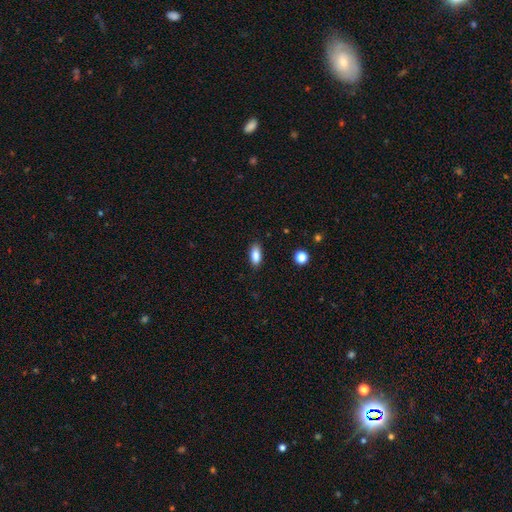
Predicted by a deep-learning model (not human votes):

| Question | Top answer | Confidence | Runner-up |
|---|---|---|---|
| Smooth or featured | smooth | 87% | star or artifact (8%) |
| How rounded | in between | 86% | cigar-shaped (11%) |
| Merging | none | 87% | minor disturbance (10%) |